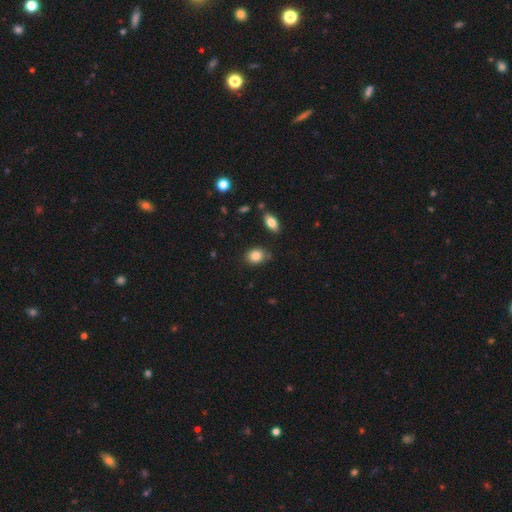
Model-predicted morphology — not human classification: The model was most divided on "how rounded": in between: 53%, round: 46%, cigar-shaped: 1%. More confident: smooth or featured — smooth (84%); merging — none (76%).